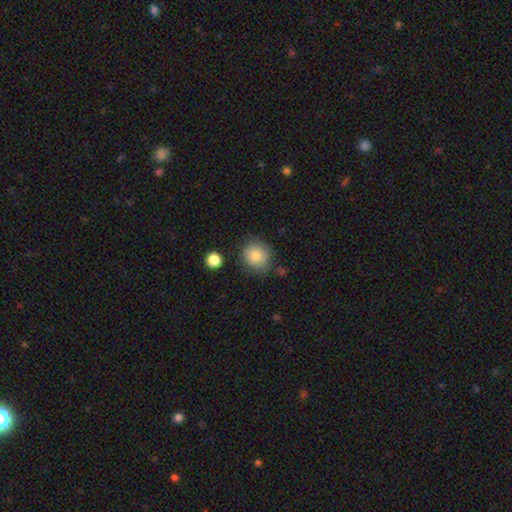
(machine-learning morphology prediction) smooth_or_featured: smooth (p=0.83) [alt: star or artifact p=0.09]
how_rounded: round (p=0.84) [alt: in between p=0.15]
merging: none (p=0.72) [alt: minor disturbance p=0.19]